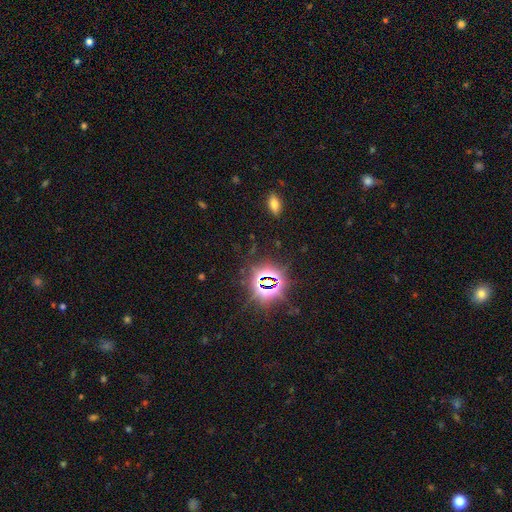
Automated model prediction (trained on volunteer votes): A star or artifact, not a galaxy (78%).

Vote fractions:
- Smooth or featured? star or artifact: 78% / smooth: 14% / featured or disk: 8%